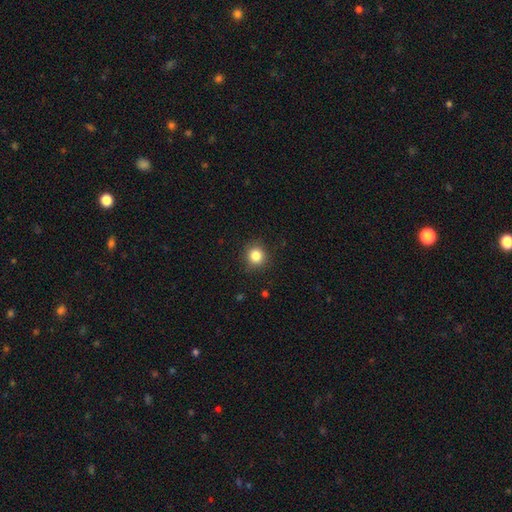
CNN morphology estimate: Smooth or featured?
  - smooth: 84% *
  - star or artifact: 11%
  - featured or disk: 5%
How rounded?
  - round: 89% *
  - in between: 10%
  - cigar-shaped: 1%
Merging?
  - none: 88% *
  - minor disturbance: 8%
  - major disturbance: 2%
  - merger: 1%